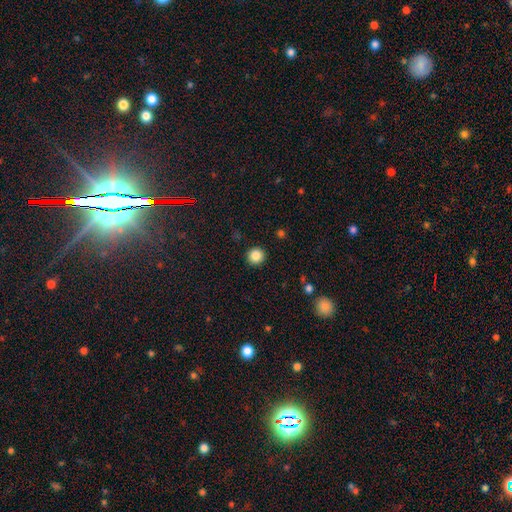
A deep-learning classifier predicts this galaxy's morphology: Smooth or featured?
  - smooth: 86% *
  - star or artifact: 11%
  - featured or disk: 4%
How rounded?
  - round: 94% *
  - in between: 5%
  - cigar-shaped: 1%
Merging?
  - none: 92% *
  - minor disturbance: 5%
  - major disturbance: 2%
  - merger: 1%